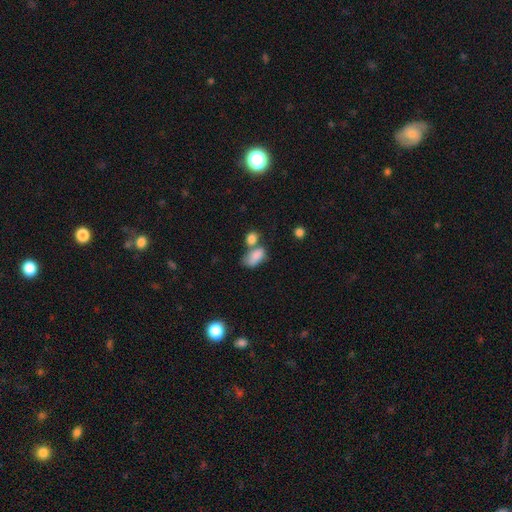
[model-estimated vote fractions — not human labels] smooth-or-featured: smooth: 81% | featured or disk: 10% | star or artifact: 9%
  how-rounded: in between: 89% | round: 8% | cigar-shaped: 3%
  merging: merger: 47% | none: 27% | minor disturbance: 16% | major disturbance: 10%